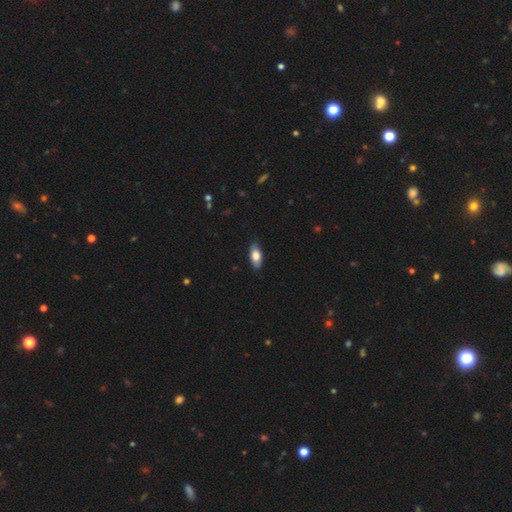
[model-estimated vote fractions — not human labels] smooth-or-featured: smooth: 75% | featured or disk: 19% | star or artifact: 6%
  how-rounded: in between: 85% | cigar-shaped: 11% | round: 3%
  merging: none: 85% | minor disturbance: 12% | major disturbance: 2% | merger: 1%